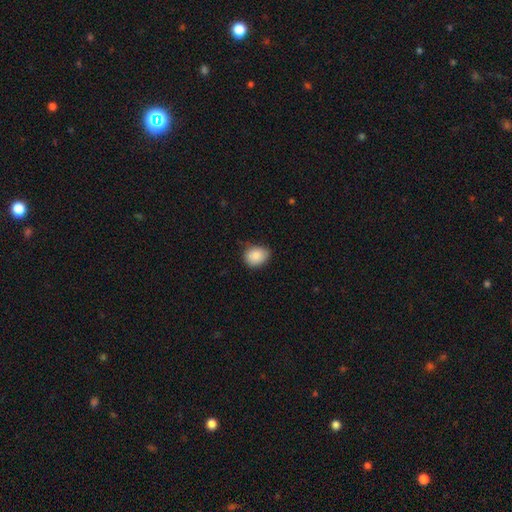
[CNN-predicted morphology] A smooth galaxy with no disk features (86%) that is round (53%).

Vote fractions:
- Smooth or featured? smooth: 86% / star or artifact: 8% / featured or disk: 6%
- How rounded? round: 53% / in between: 46% / cigar-shaped: 1%
- Merging? none: 66% / minor disturbance: 29% / major disturbance: 4% / merger: 1%